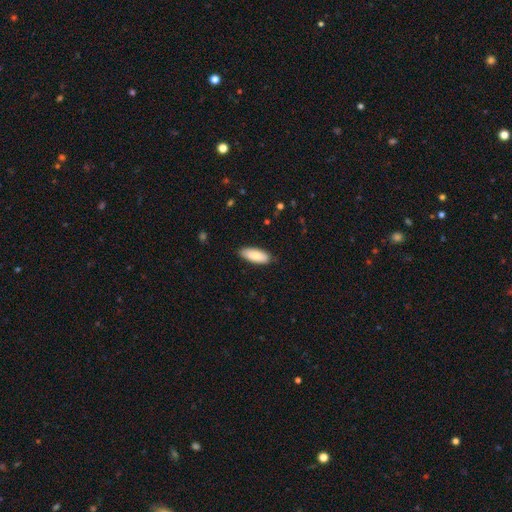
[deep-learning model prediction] Smooth or featured? Predicted: smooth (p=0.81). How rounded? Predicted: in between (p=0.81). Merging? Predicted: none (p=0.86).